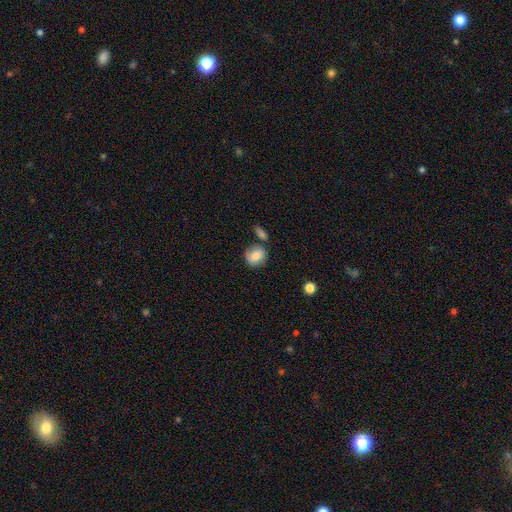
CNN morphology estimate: A smooth galaxy with no disk features (80%) that is round (76%).

Vote fractions:
- Smooth or featured? smooth: 80% / featured or disk: 12% / star or artifact: 7%
- How rounded? round: 76% / in between: 23% / cigar-shaped: 1%
- Merging? none: 68% / minor disturbance: 15% / merger: 13% / major disturbance: 4%